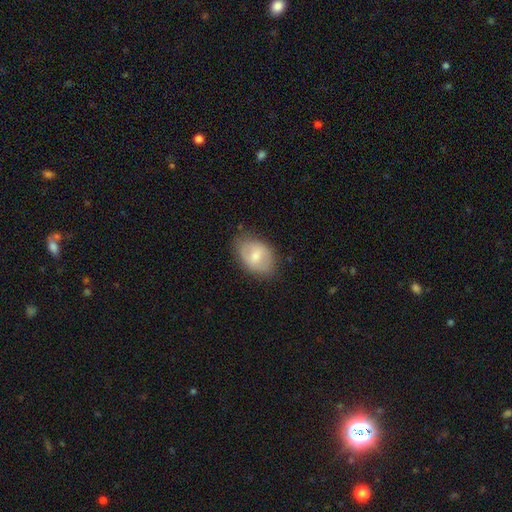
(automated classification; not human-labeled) A smooth galaxy with no disk features (59%) that is in between round and cigar-shaped (79%).

Vote fractions:
- Smooth or featured? smooth: 59% / featured or disk: 35% / star or artifact: 6%
- How rounded? in between: 79% / round: 20% / cigar-shaped: 1%
- Merging? none: 75% / minor disturbance: 19% / major disturbance: 5% / merger: 1%